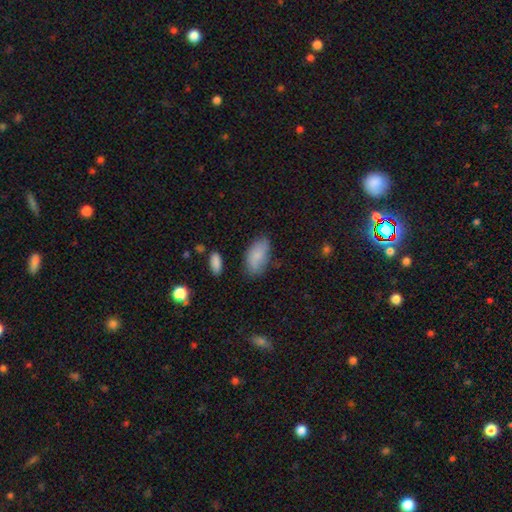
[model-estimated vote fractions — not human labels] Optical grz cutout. It shows a smooth galaxy with no disk features (82%) that is in between round and cigar-shaped (93%). Merging: none (74%).